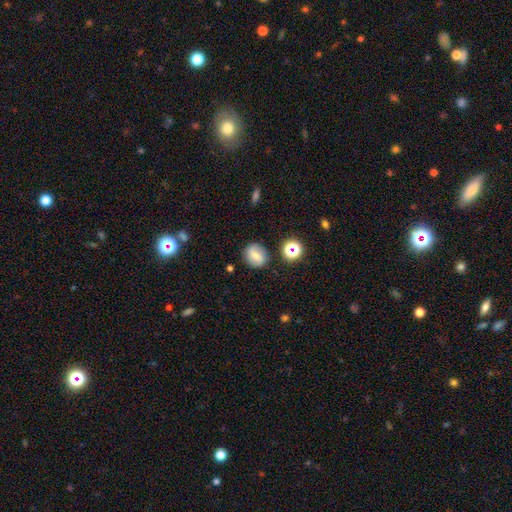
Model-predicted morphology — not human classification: Smooth or featured: smooth — 63% (featured or disk — 23%)
How rounded: round — 72% (in between — 27%)
Merging: none — 81% (minor disturbance — 12%)